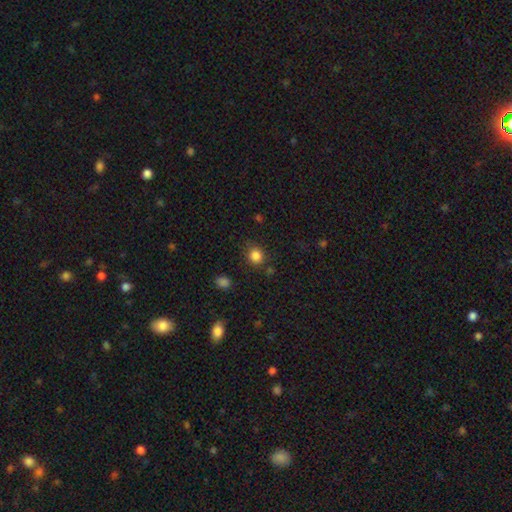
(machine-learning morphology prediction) A smooth galaxy with no disk features (83%) that is round (81%).

Vote fractions:
- Smooth or featured? smooth: 83% / star or artifact: 12% / featured or disk: 5%
- How rounded? round: 81% / in between: 18% / cigar-shaped: 1%
- Merging? none: 80% / minor disturbance: 13% / major disturbance: 4% / merger: 3%